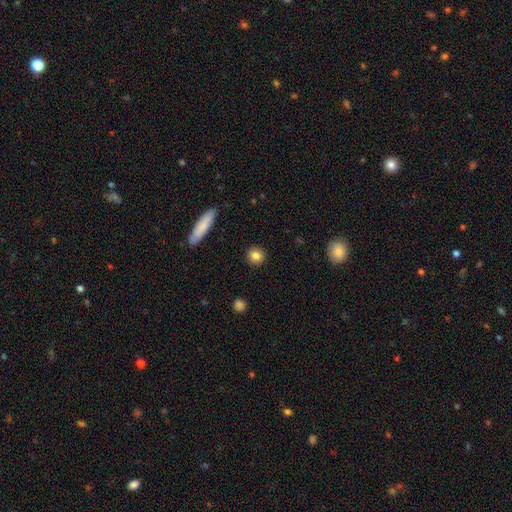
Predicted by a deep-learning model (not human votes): This is clearly a smooth galaxy (83%). How rounded: clearly round (88%). Merging: clearly none (91%).